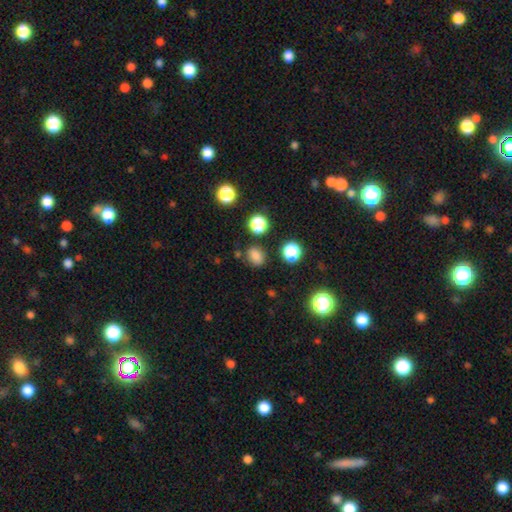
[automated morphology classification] This is likely a smooth galaxy (78%). How rounded: possibly in between (52%). Merging: likely none (79%).